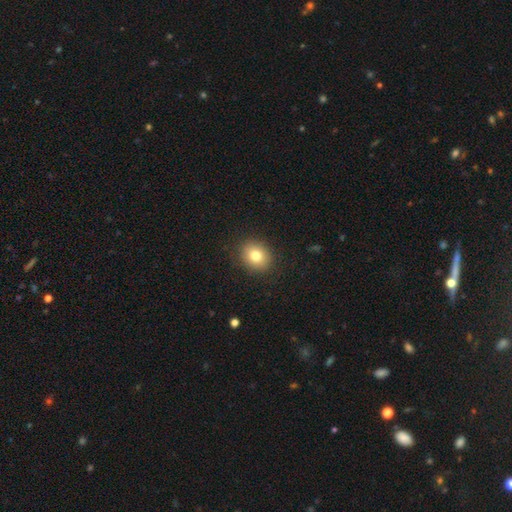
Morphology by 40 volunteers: Volunteers were most divided on "how rounded": round: 62%, in between: 38%, cigar-shaped: 0%. More confident: merging — none (89%); smooth or featured — smooth (85%).